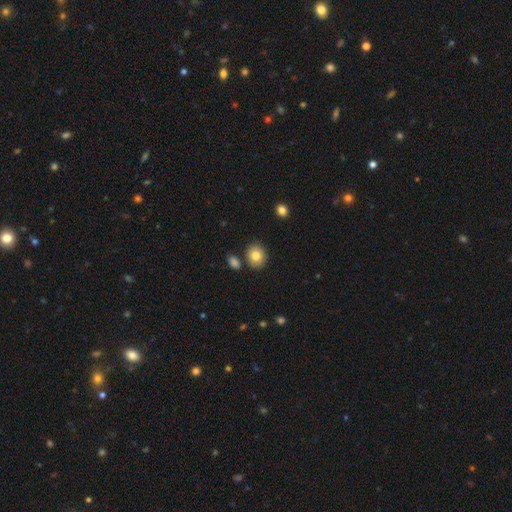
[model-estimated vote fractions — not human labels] Q: Smooth or featured?
A: smooth (83%); runner-up: featured or disk (9%)
Q: How rounded?
A: round (59%); runner-up: in between (40%)
Q: Merging?
A: none (81%); runner-up: minor disturbance (9%)